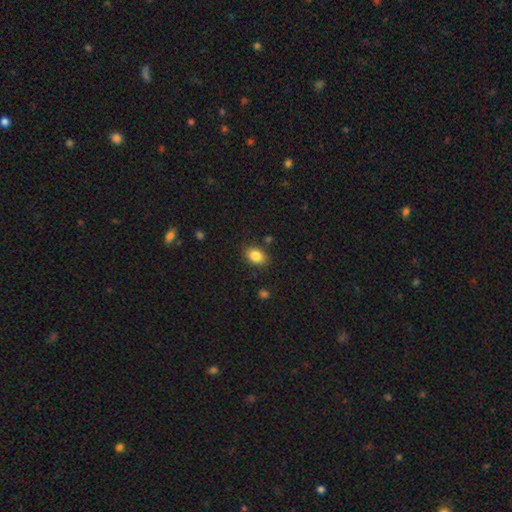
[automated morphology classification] This is clearly a smooth galaxy (84%). How rounded: likely in between (78%). Merging: clearly none (84%).